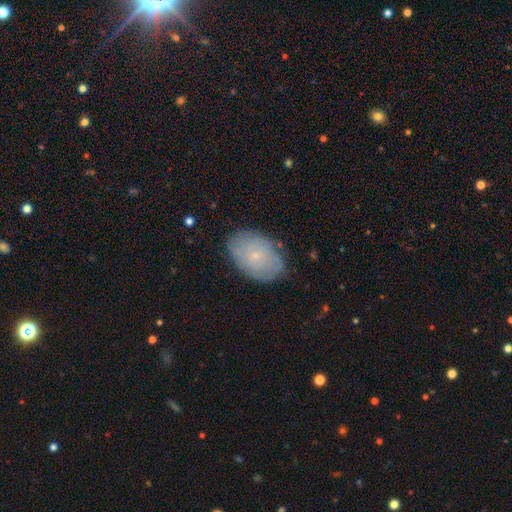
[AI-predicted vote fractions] Morphology: type=smooth (57%); roundness=in between (86%); merging=none (81%).